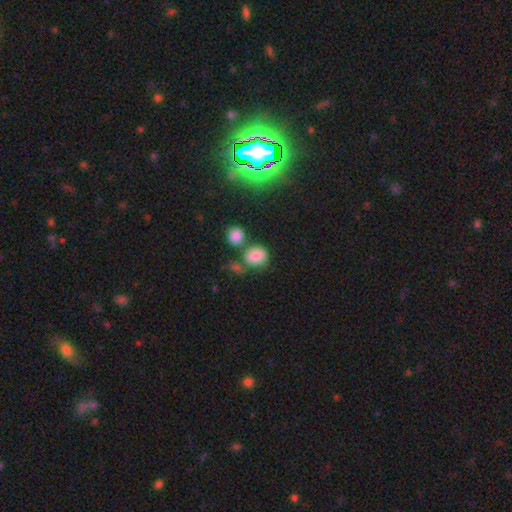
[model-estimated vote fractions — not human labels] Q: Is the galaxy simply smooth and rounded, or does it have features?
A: smooth — 79%.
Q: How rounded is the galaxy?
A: round — 57%.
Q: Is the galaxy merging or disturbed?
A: none — 51%.